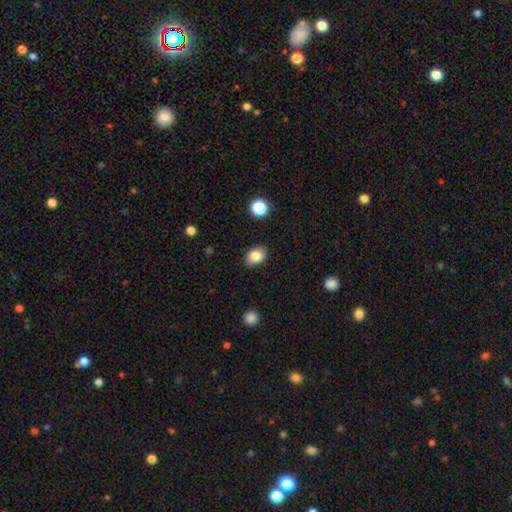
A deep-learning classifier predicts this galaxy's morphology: smooth 84%, star or artifact 8%, featured or disk 8%. Down the decision tree: how rounded — in between (78%); merging — none (86%).